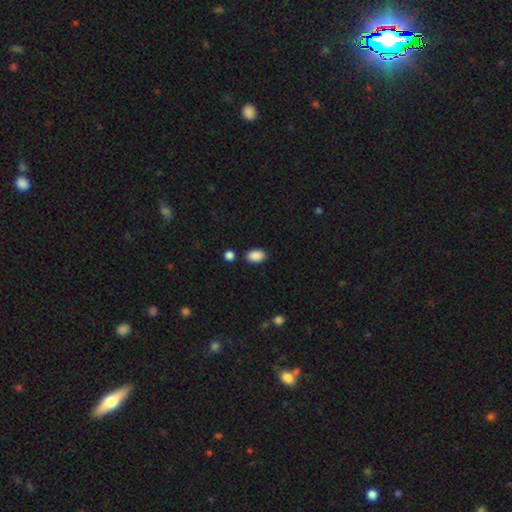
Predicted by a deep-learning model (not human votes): Smooth or featured? Predicted: smooth (p=0.89). How rounded? Predicted: in between (p=0.89). Merging? Predicted: none (p=0.83).